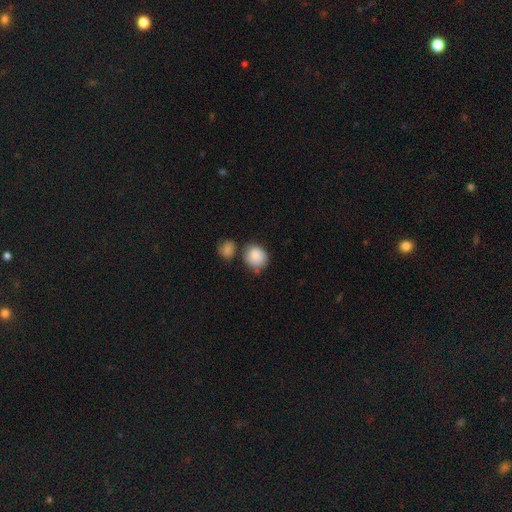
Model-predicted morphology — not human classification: A smooth galaxy with no disk features (87%) that is round (75%).

Vote fractions:
- Smooth or featured? smooth: 87% / featured or disk: 7% / star or artifact: 7%
- How rounded? round: 75% / in between: 24% / cigar-shaped: 1%
- Merging? none: 53% / merger: 21% / minor disturbance: 19% / major disturbance: 6%